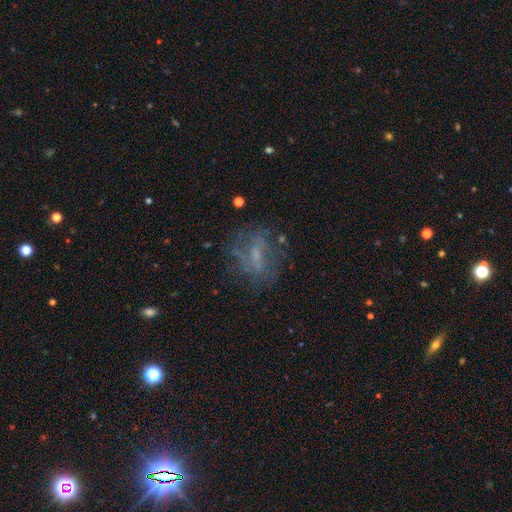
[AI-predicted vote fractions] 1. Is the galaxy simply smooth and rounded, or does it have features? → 57% featured or disk, 28% smooth, 15% star or artifact.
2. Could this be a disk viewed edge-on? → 91% no, 9% yes.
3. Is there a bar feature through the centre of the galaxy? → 43% weak, 34% no, 23% strong.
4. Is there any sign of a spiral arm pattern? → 57% yes, 43% no.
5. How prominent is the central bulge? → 38% small, 35% none, 22% moderate, 3% large, 1% dominant.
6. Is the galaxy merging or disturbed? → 62% none, 18% minor disturbance, 16% major disturbance, 3% merger.